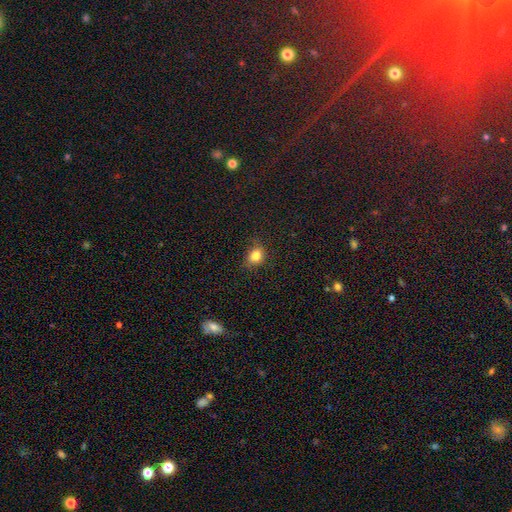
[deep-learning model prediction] Smooth or featured? Predicted: smooth (p=0.82). How rounded? Predicted: round (p=0.54). Merging? Predicted: none (p=0.76).